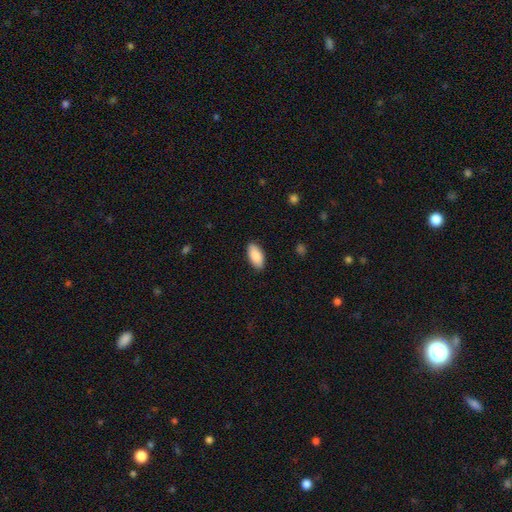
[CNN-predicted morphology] This appears to be a smooth galaxy with no disk features (90%) that is in between round and cigar-shaped (92%). Merging: none (89%).